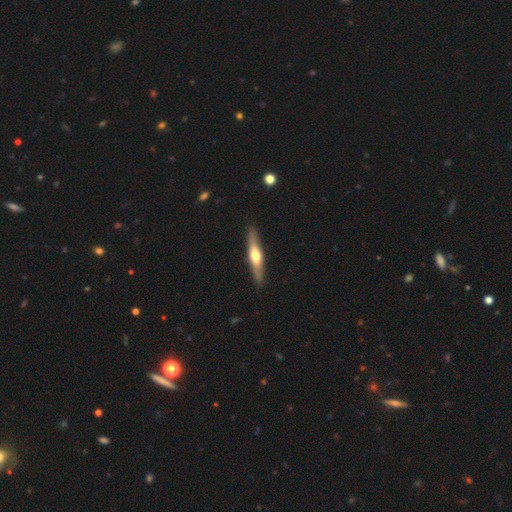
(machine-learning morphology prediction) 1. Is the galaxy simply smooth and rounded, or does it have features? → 58% featured or disk, 37% smooth, 5% star or artifact.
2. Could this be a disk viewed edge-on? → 93% yes, 7% no.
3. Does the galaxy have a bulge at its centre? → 90% rounded, 5% boxy, 5% none.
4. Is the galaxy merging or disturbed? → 89% none, 8% minor disturbance, 2% major disturbance, 1% merger.